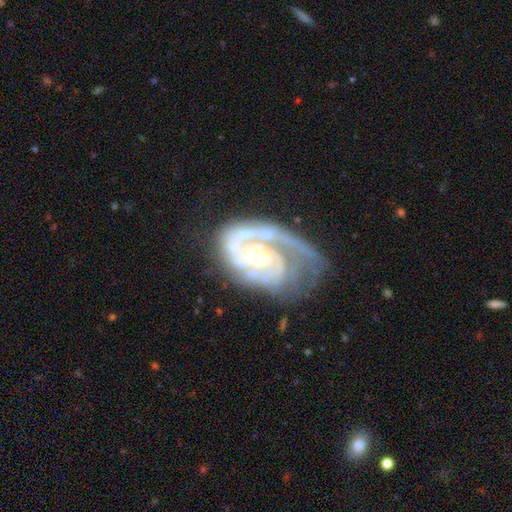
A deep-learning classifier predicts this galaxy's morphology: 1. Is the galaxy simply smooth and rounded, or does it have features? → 89% featured or disk, 5% smooth, 5% star or artifact.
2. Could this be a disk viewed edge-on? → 98% no, 2% yes.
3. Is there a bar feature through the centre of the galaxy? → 59% no, 32% weak, 9% strong.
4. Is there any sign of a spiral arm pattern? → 97% yes, 3% no.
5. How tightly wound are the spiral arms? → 58% tight, 34% medium, 8% loose.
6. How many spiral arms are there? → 46% 2, 17% 1, 15% can't tell, 14% 3, 4% 4, 4% more than 4.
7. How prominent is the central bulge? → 60% small, 30% moderate, 6% none, 3% large, 1% dominant.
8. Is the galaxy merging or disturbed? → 44% none, 26% major disturbance, 25% minor disturbance, 4% merger.